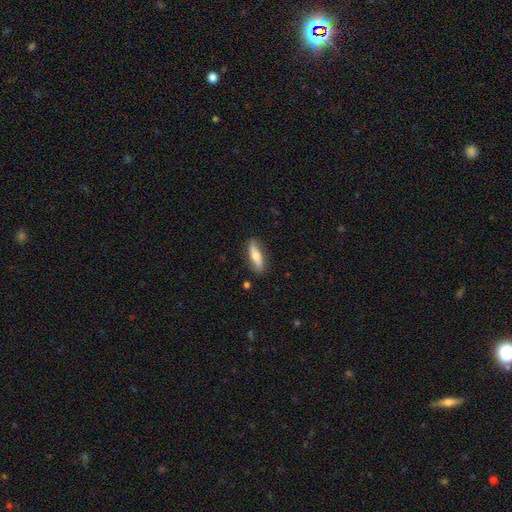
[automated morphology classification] A smooth galaxy with no disk features (49%). Merging: none (83%).